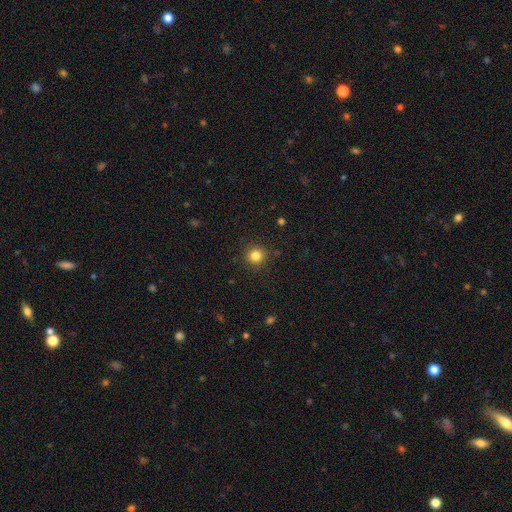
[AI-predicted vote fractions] Smooth or featured: smooth — 83% (star or artifact — 12%)
How rounded: round — 93% (in between — 6%)
Merging: none — 90% (minor disturbance — 6%)